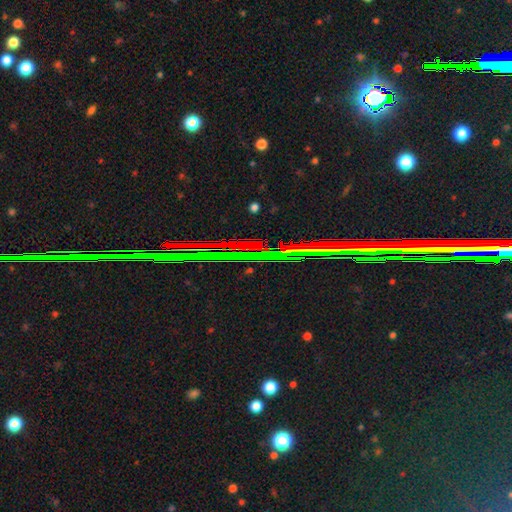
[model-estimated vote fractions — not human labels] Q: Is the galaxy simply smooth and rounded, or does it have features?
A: star or artifact — 83%.